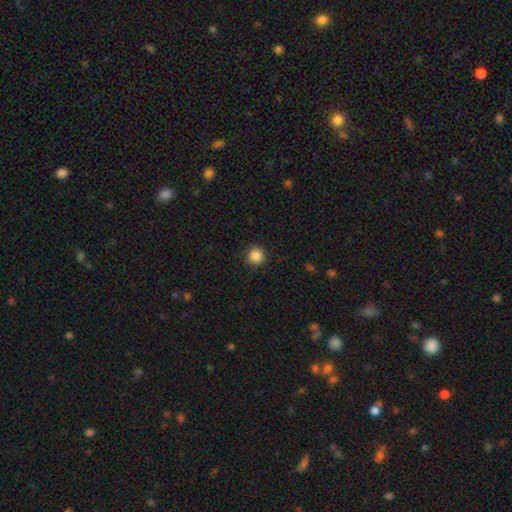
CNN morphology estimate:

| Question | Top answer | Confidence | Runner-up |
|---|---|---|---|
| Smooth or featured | smooth | 87% | star or artifact (10%) |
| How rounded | round | 95% | in between (4%) |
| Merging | none | 91% | minor disturbance (6%) |